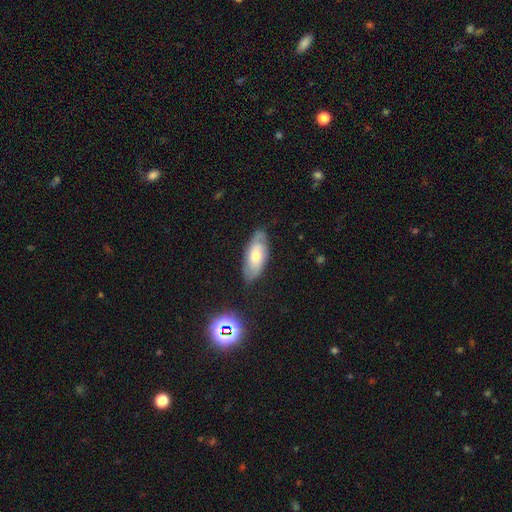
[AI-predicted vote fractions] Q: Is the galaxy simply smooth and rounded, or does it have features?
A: featured or disk — 47%.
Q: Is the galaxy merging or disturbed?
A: none — 77%.